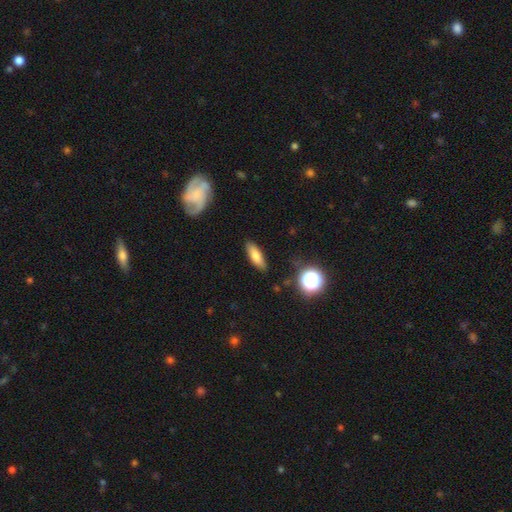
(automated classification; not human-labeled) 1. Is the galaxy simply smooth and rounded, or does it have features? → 77% smooth, 14% featured or disk, 9% star or artifact.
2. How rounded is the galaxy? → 55% in between, 42% cigar-shaped, 3% round.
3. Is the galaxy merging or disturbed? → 84% none, 11% minor disturbance, 3% major disturbance, 2% merger.